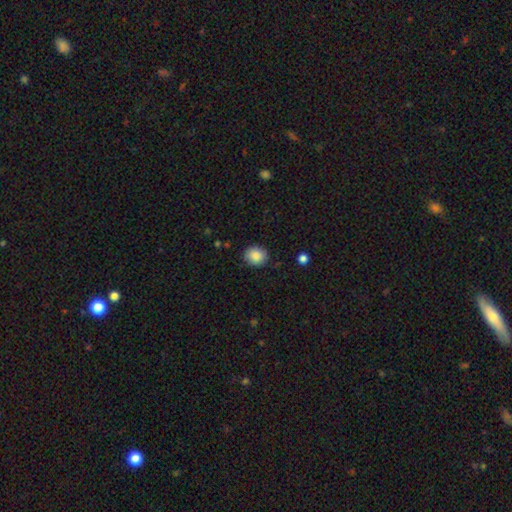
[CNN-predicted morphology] A smooth galaxy with no disk features (88%) that is round (73%). Merging: none (88%).